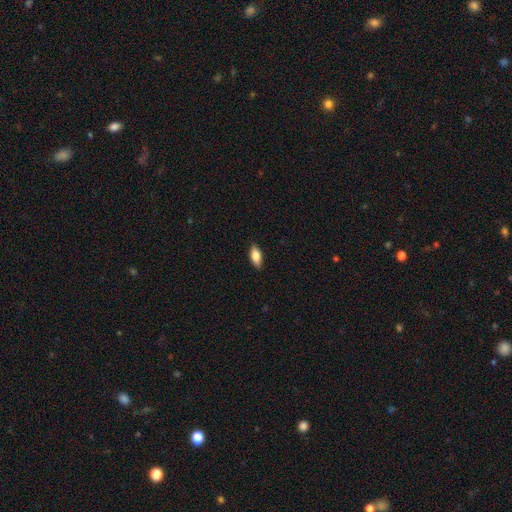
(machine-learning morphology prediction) Smooth or featured: smooth — 83% (featured or disk — 11%)
How rounded: in between — 86% (cigar-shaped — 11%)
Merging: none — 88% (minor disturbance — 9%)